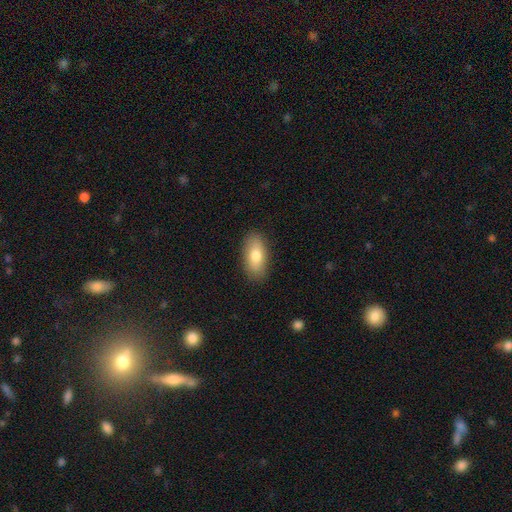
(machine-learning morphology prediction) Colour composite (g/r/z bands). It shows a smooth galaxy with no disk features (78%) that is in between round and cigar-shaped (88%). Merging: none (88%).